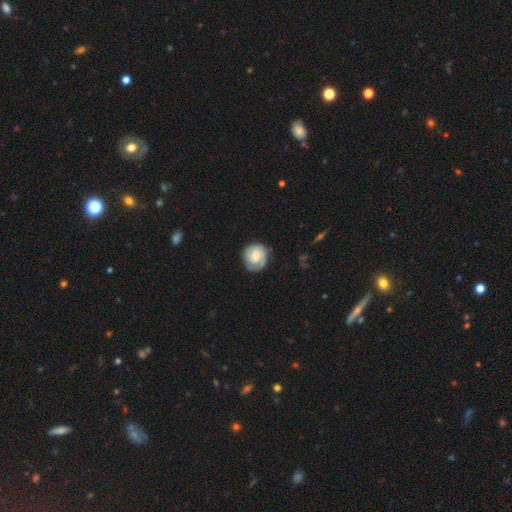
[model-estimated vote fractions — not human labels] A featured or disk galaxy (59%) with no bar (57%), 2 (52%) tight (60%) spiral arms (90%) and a small central bulge (35%).

Vote fractions:
- Smooth or featured? featured or disk: 59% / smooth: 34% / star or artifact: 7%
- Edge-on disk? no: 98% / yes: 2%
- Bar? no: 57% / weak: 35% / strong: 7%
- Spiral arms? yes: 90% / no: 10%
- Spiral winding? tight: 60% / medium: 30% / loose: 10%
- Spiral arm count? 2: 52% / can't tell: 19% / 1: 18% / 3: 8% / 4: 2% / more than 4: 2%
- Bulge size? small: 35% / moderate: 34% / none: 16% / large: 13% / dominant: 2%
- Merging? none: 72% / minor disturbance: 19% / major disturbance: 7% / merger: 1%